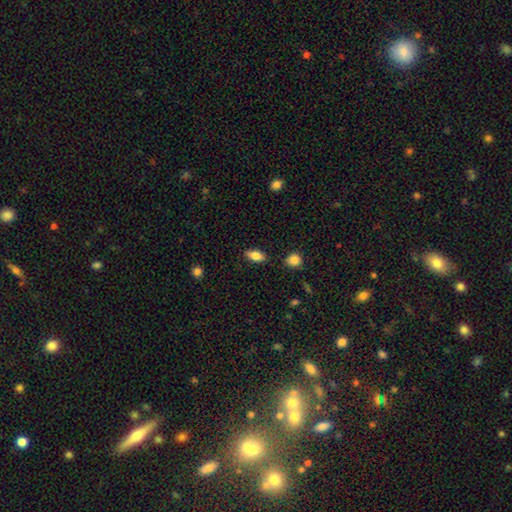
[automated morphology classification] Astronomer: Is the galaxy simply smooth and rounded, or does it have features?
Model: smooth — 79%.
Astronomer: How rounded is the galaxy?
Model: in between — 86%.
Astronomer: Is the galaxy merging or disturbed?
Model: none — 85%.